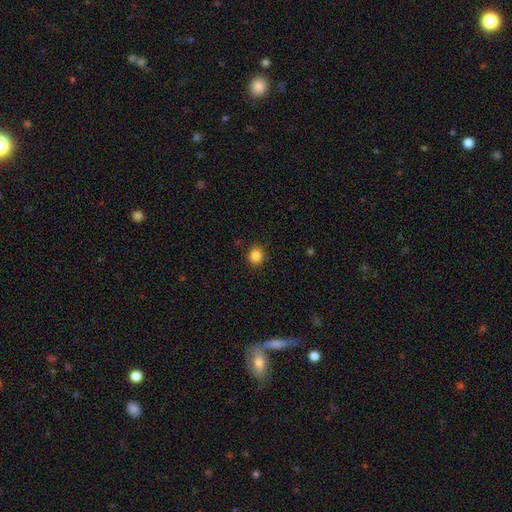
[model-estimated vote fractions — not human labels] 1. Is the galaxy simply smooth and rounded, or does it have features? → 85% smooth, 11% star or artifact, 4% featured or disk.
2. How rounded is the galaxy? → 75% round, 24% in between, 1% cigar-shaped.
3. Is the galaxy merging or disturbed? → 89% none, 8% minor disturbance, 2% major disturbance, 1% merger.